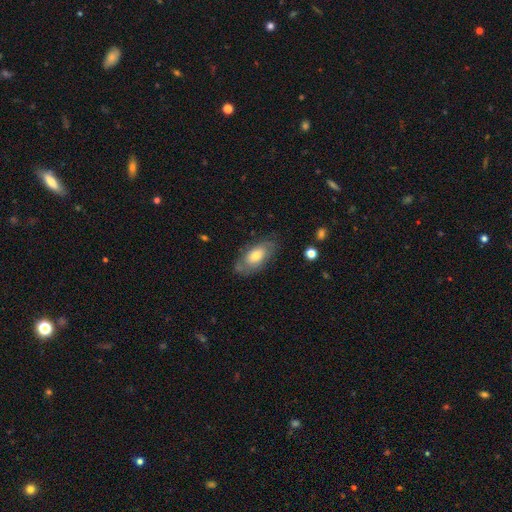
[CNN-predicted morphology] type=smooth (53%); roundness=in between (90%); merging=none (72%).